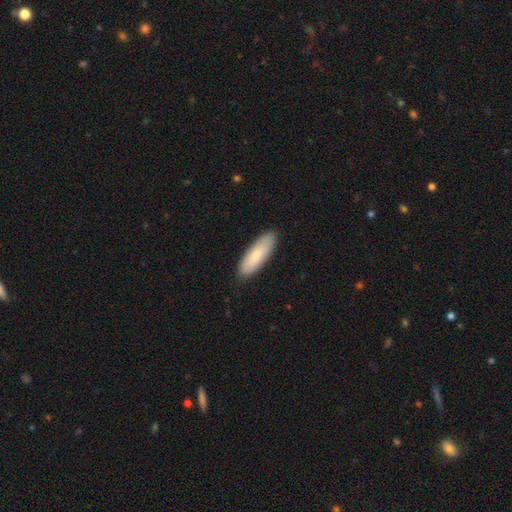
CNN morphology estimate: The model was most divided on "how rounded": in between: 52%, cigar-shaped: 46%, round: 2%. More confident: merging — none (88%); smooth or featured — smooth (78%).